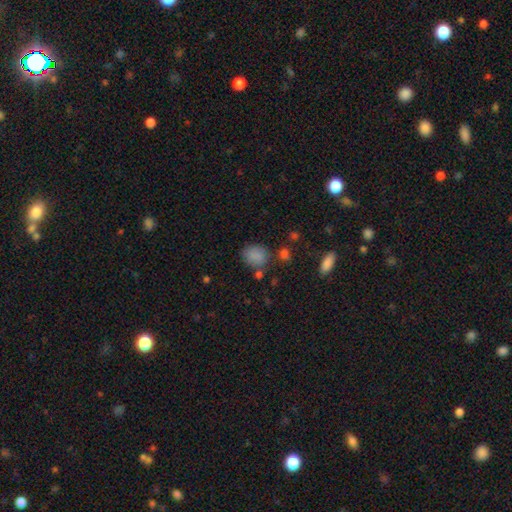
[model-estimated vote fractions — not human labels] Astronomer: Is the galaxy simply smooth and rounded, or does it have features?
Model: smooth — 82%.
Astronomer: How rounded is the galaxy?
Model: round — 61% (runner-up: in between, 38%).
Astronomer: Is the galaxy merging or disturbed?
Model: none — 69%.